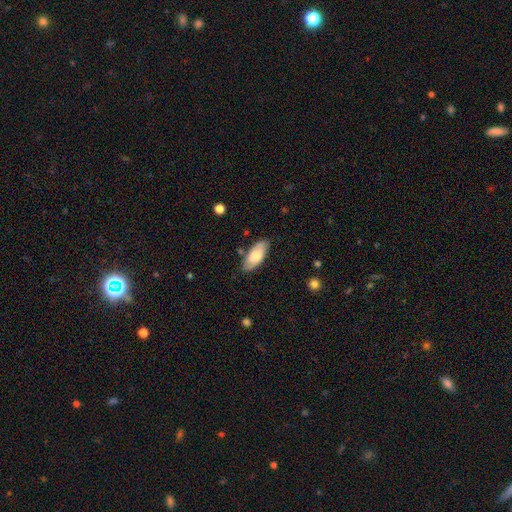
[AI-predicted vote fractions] This appears to be a smooth galaxy with no disk features (76%) that is in between round and cigar-shaped (86%). Merging: none (82%).